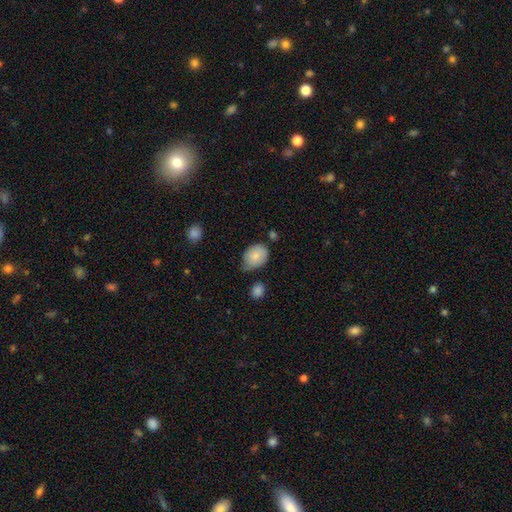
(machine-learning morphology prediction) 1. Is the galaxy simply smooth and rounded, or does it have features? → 80% smooth, 12% featured or disk, 7% star or artifact.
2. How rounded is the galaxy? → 66% in between, 33% round, 1% cigar-shaped.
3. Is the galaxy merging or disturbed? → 47% none, 40% minor disturbance, 9% major disturbance, 5% merger.